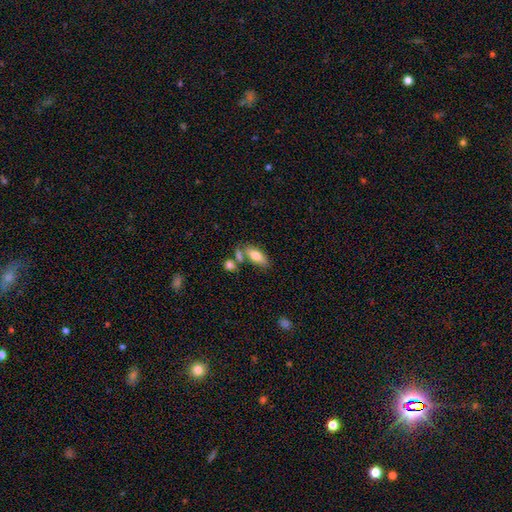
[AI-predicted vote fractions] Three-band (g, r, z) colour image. It shows a smooth galaxy with no disk features (75%) that is in between round and cigar-shaped (79%). Merging: none (60%).